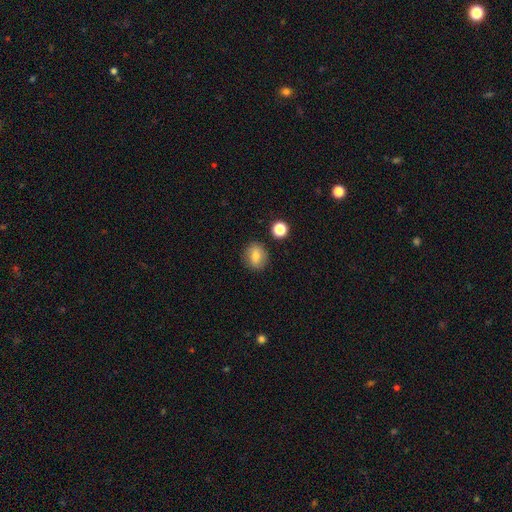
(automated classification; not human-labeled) smooth-or-featured: smooth: 77% | featured or disk: 13% | star or artifact: 10%
  how-rounded: round: 62% | in between: 37% | cigar-shaped: 1%
  merging: none: 85% | minor disturbance: 10% | merger: 3% | major disturbance: 3%